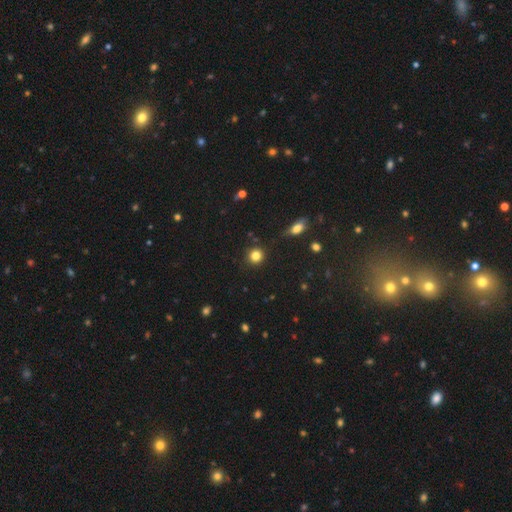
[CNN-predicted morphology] A smooth galaxy with no disk features (83%) that is round (91%). Merging: none (88%).